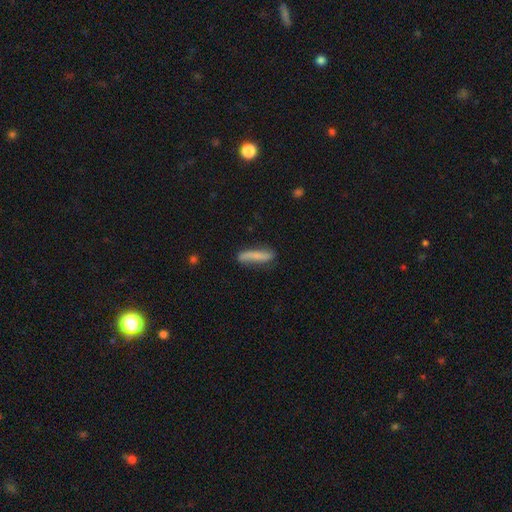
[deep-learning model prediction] Morphology: type=smooth (65%); roundness=cigar-shaped (81%); merging=none (70%).